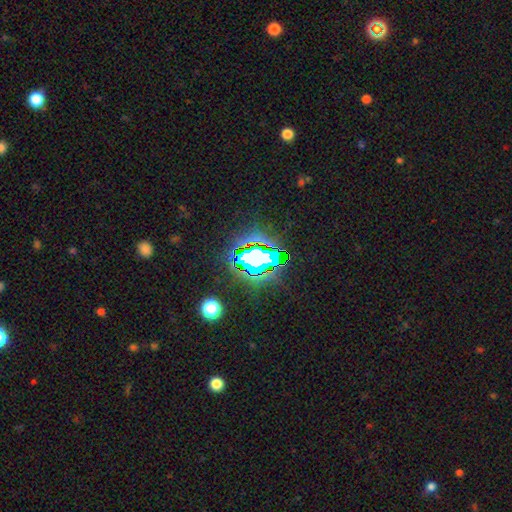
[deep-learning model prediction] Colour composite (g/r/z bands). It shows a star or artifact, not a galaxy (70%).